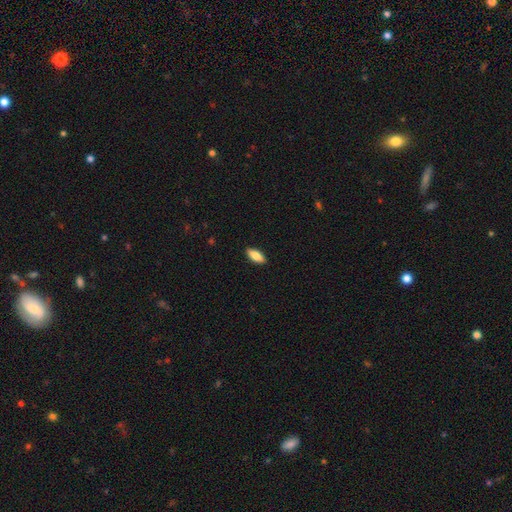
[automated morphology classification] This appears to be a smooth galaxy with no disk features (81%) that is in between round and cigar-shaped (81%). Merging: none (89%).